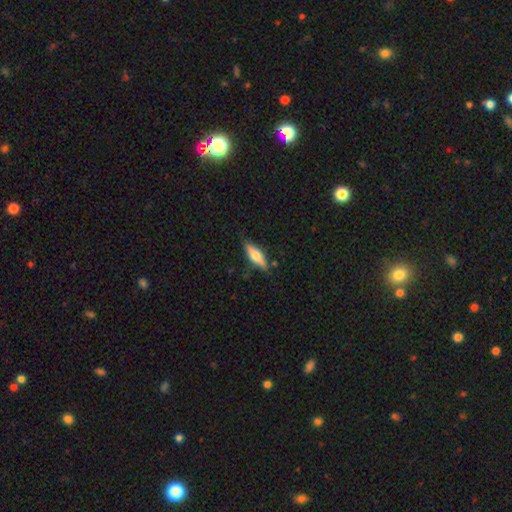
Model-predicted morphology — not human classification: This appears to be a smooth galaxy with no disk features (58%) that is cigar-shaped (52%). Merging: none (78%).